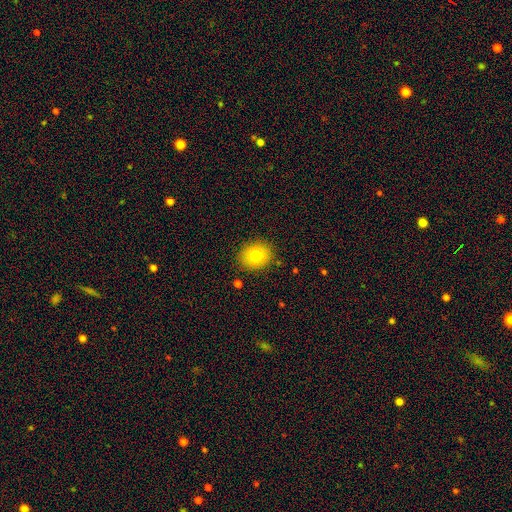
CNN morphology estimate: type=smooth (78%); roundness=round (62%); merging=none (87%).